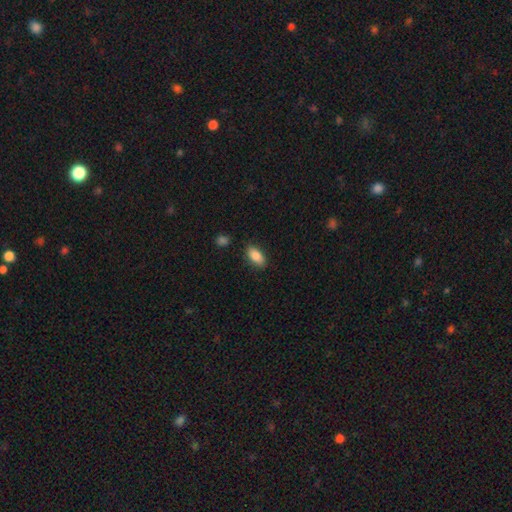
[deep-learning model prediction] Morphology: type=smooth (87%); roundness=in between (90%); merging=none (85%).